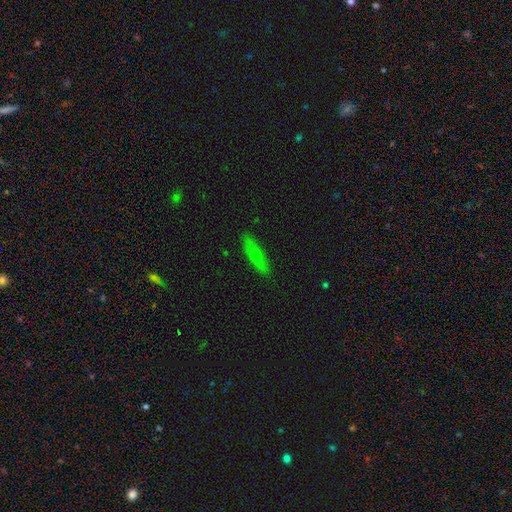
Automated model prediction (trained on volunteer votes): Overall: featured or disk (46%; smooth 45%). Merging: none (86%).